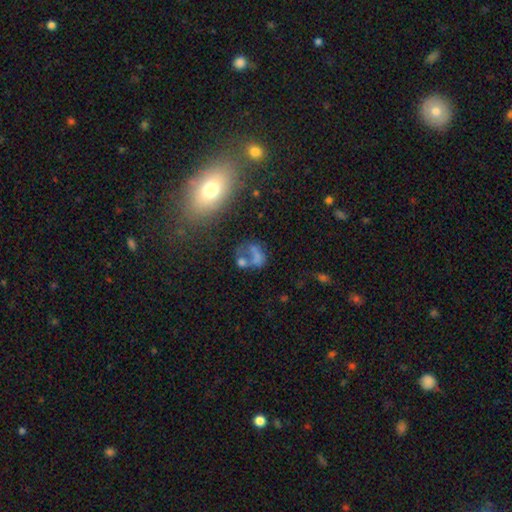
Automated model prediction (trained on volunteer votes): A smooth galaxy with no disk features (49%).

Vote fractions:
- Smooth or featured? smooth: 49% / featured or disk: 30% / star or artifact: 21%
- Merging? major disturbance: 29% (tied) / merger: 29% (tied) / none: 28% / minor disturbance: 14%